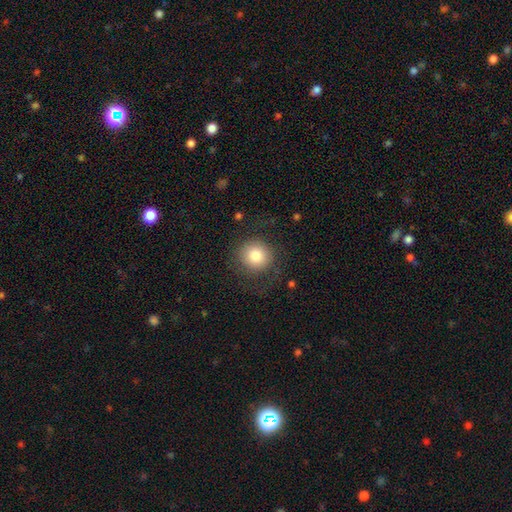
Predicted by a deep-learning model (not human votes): Smooth or featured?
  - smooth: 80% *
  - featured or disk: 11%
  - star or artifact: 9%
How rounded?
  - round: 92% *
  - in between: 7%
  - cigar-shaped: 1%
Merging?
  - none: 77% *
  - minor disturbance: 12%
  - major disturbance: 10%
  - merger: 1%